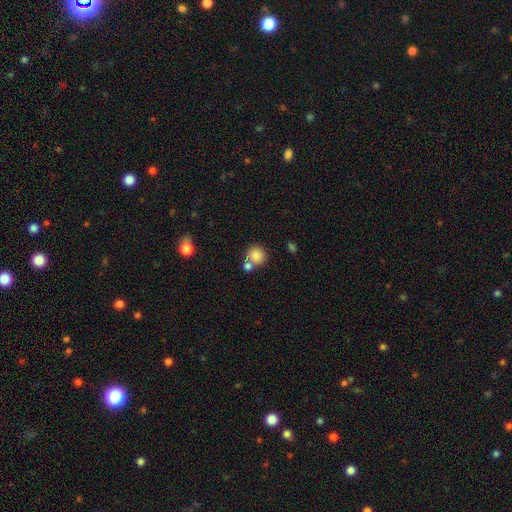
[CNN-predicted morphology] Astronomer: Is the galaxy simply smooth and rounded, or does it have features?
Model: smooth — 83%.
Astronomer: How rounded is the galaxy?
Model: round — 86%.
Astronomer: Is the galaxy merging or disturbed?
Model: none — 55% (runner-up: merger, 30%).